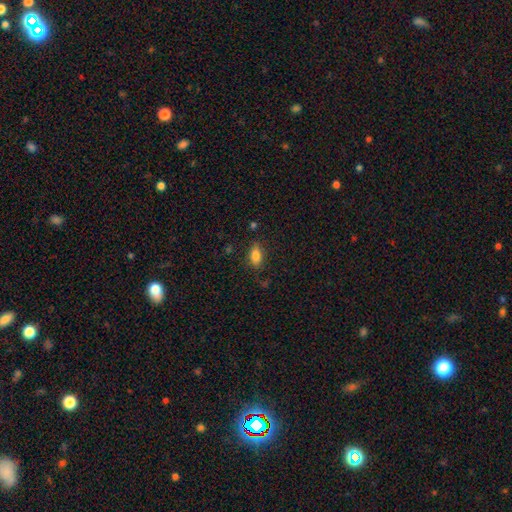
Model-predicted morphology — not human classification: This appears to be a smooth galaxy with no disk features (83%) that is in between round and cigar-shaped (88%). Merging: none (77%).